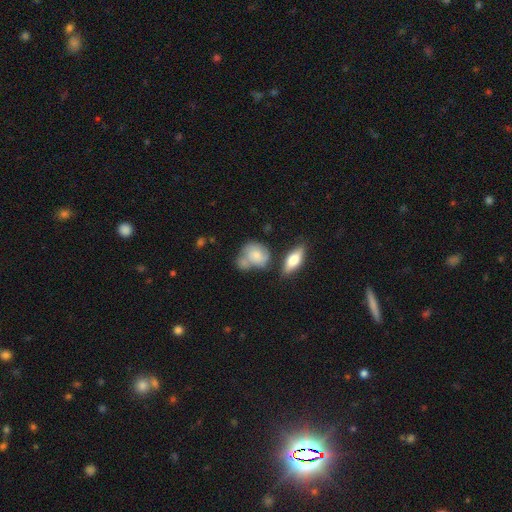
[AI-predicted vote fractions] smooth 62%, featured or disk 30%, star or artifact 8%. Down the decision tree: how rounded — in between (54%); merging — none (36%).